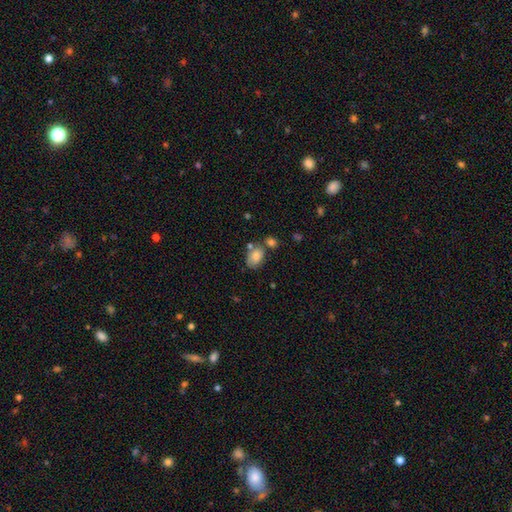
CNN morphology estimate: Smooth or featured? Predicted: smooth (p=0.78). How rounded? Predicted: in between (p=0.84). Merging? Predicted: none (p=0.53).